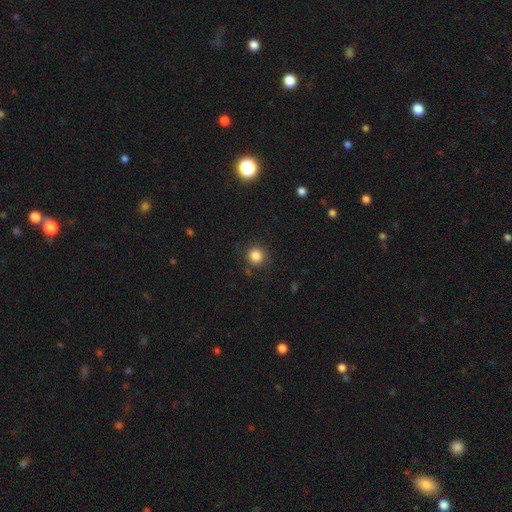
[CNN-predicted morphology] smooth_or_featured: smooth (p=0.83) [alt: star or artifact p=0.12]
how_rounded: round (p=0.92) [alt: in between p=0.07]
merging: none (p=0.86) [alt: minor disturbance p=0.09]